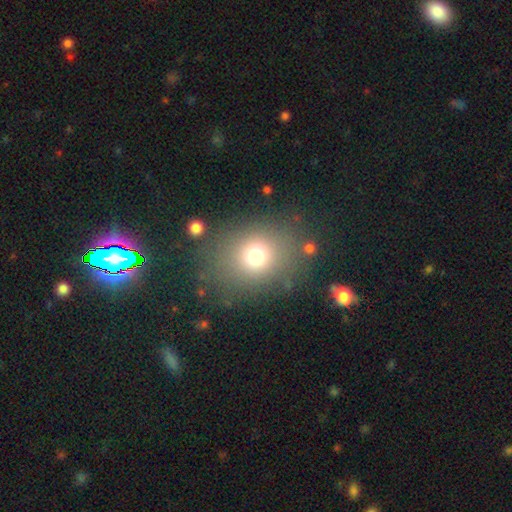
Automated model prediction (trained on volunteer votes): Overall: smooth (72%). How rounded: round (62%; in between 36%). Merging: none (77%).